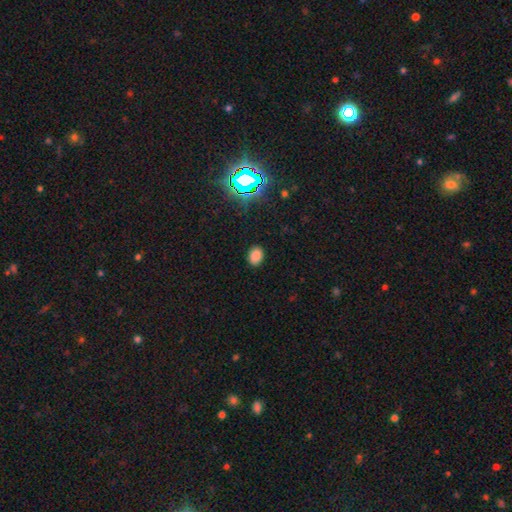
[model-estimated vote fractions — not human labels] Smooth or featured? Predicted: smooth (p=0.80). How rounded? Predicted: in between (p=0.72). Merging? Predicted: none (p=0.88).